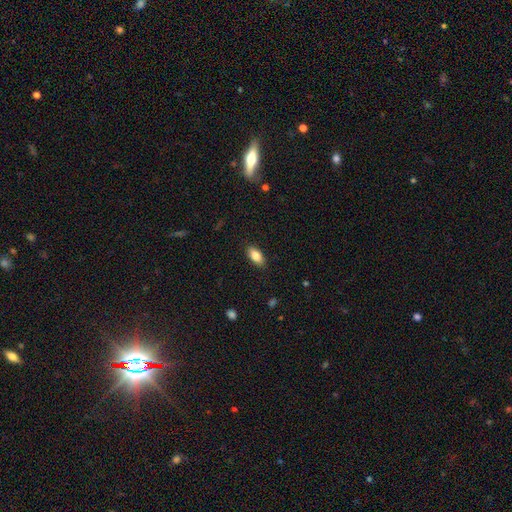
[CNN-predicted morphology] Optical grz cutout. It shows a smooth galaxy with no disk features (84%) that is in between round and cigar-shaped (89%). Merging: none (88%).